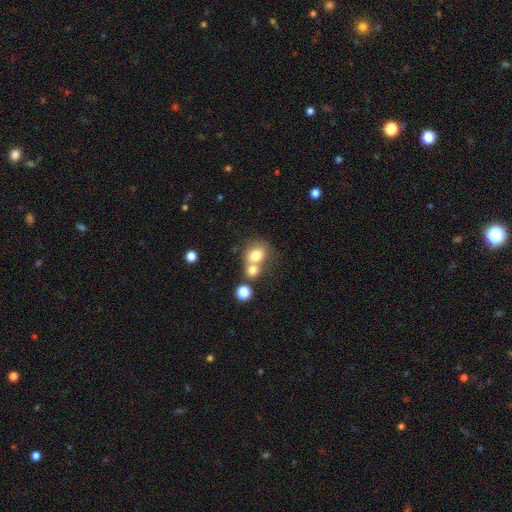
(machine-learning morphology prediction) A smooth galaxy with no disk features (75%) that is round (67%).

Vote fractions:
- Smooth or featured? smooth: 75% / featured or disk: 14% / star or artifact: 11%
- How rounded? round: 67% / in between: 32% / cigar-shaped: 1%
- Merging? merger: 52% / none: 36% / minor disturbance: 8% / major disturbance: 4%